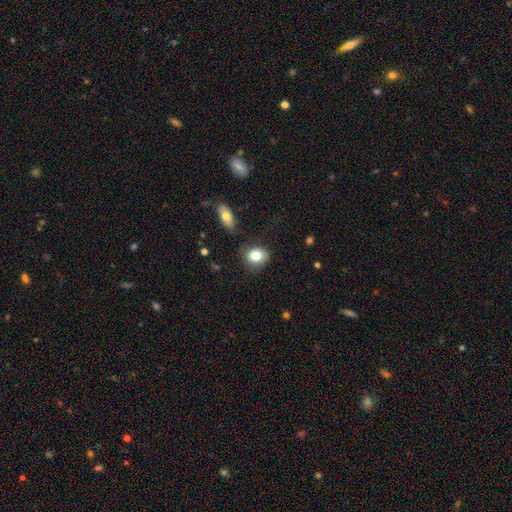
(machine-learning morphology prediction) This is clearly a smooth galaxy (81%). How rounded: possibly round (54%). Merging: likely none (70%).